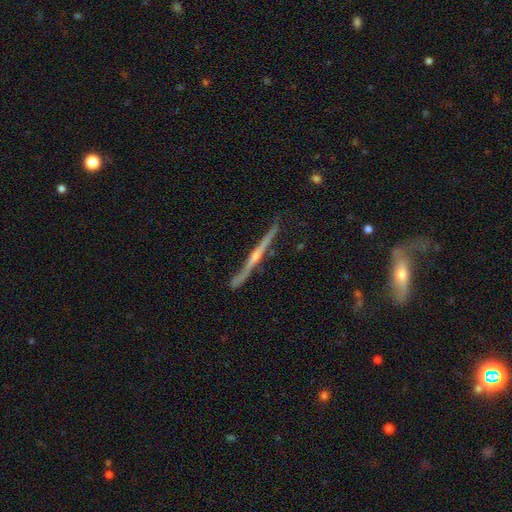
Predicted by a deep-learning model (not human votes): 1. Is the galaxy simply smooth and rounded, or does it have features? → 82% featured or disk, 11% smooth, 7% star or artifact.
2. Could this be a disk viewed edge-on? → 96% yes, 4% no.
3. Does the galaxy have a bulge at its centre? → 77% rounded, 16% none, 7% boxy.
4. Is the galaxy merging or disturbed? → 80% none, 14% minor disturbance, 4% major disturbance, 3% merger.